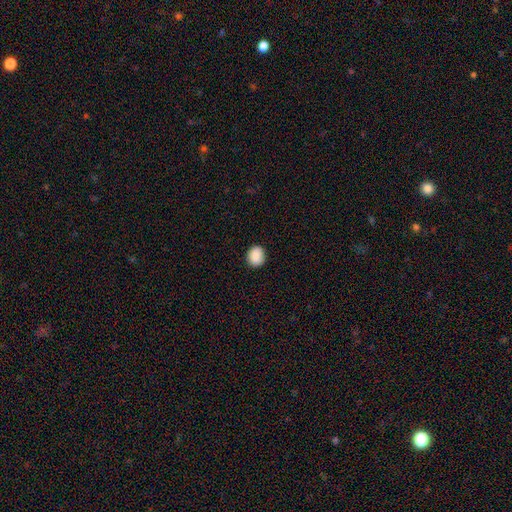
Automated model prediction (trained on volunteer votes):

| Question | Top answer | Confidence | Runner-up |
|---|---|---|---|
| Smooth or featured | smooth | 89% | star or artifact (8%) |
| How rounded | round | 67% | in between (32%) |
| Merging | none | 88% | minor disturbance (9%) |